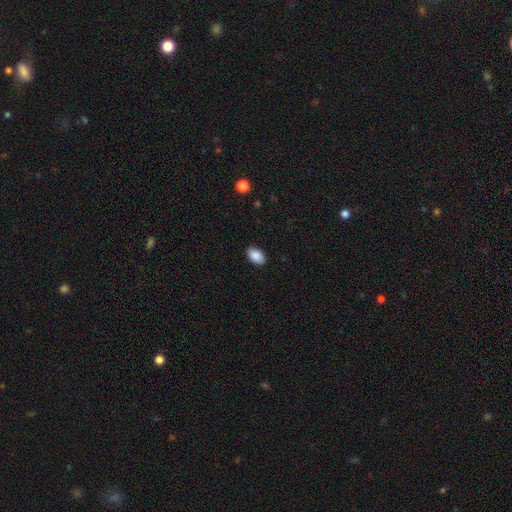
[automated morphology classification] Q: Smooth or featured?
A: smooth (89%); runner-up: star or artifact (7%)
Q: How rounded?
A: in between (89%); runner-up: round (10%)
Q: Merging?
A: none (88%); runner-up: minor disturbance (9%)